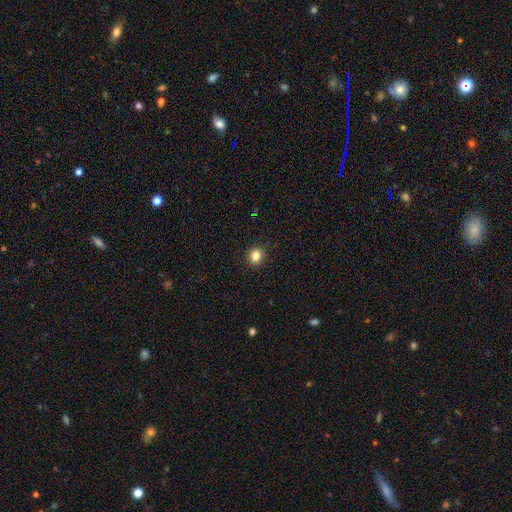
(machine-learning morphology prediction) Smooth or featured? smooth (83%)
How rounded? round (79%)
Merging? none (92%)